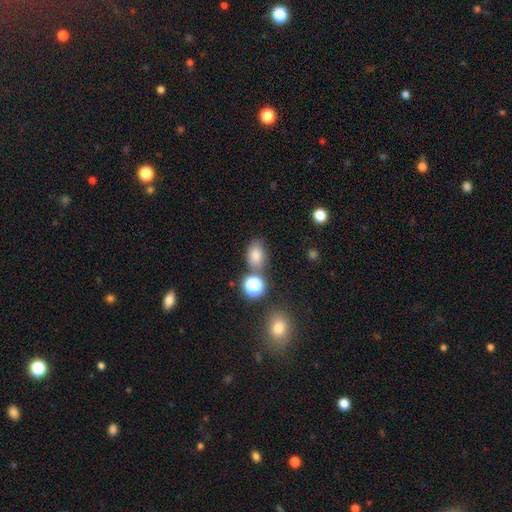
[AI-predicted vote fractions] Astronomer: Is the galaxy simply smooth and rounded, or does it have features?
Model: smooth — 77%.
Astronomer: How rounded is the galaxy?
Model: in between — 71%.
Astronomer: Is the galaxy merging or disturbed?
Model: none — 68%.